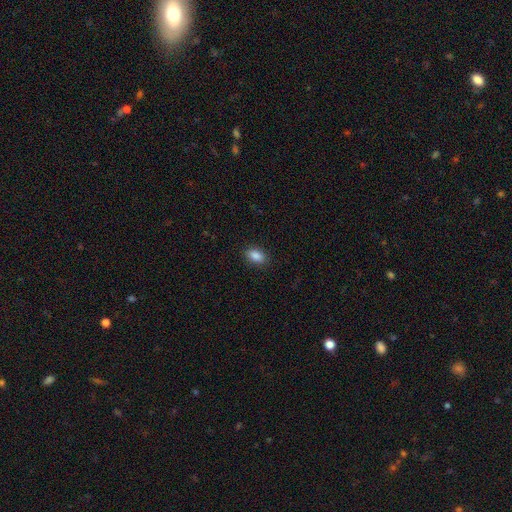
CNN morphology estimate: smooth 88%, star or artifact 8%, featured or disk 4%. Down the decision tree: how rounded — in between (89%); merging — none (88%).